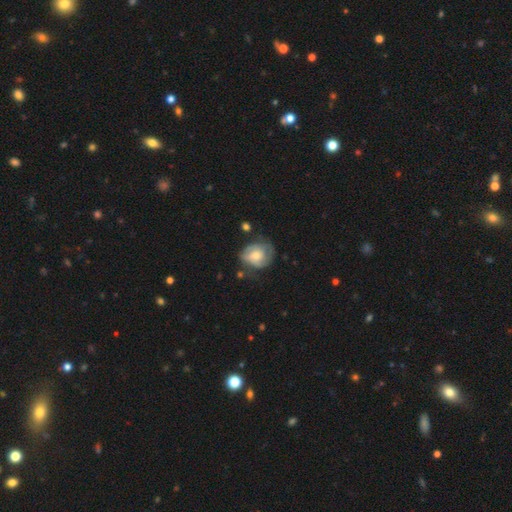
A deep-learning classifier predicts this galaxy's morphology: Q: Smooth or featured?
A: featured or disk (56%); runner-up: smooth (38%)
Q: Edge-on disk?
A: no (97%); runner-up: yes (3%)
Q: Bar?
A: no (70%); runner-up: weak (26%)
Q: Spiral arms?
A: yes (78%); runner-up: no (22%)
Q: Bulge size?
A: moderate (49%); runner-up: small (29%)
Q: Merging?
A: none (54%); runner-up: minor disturbance (28%)